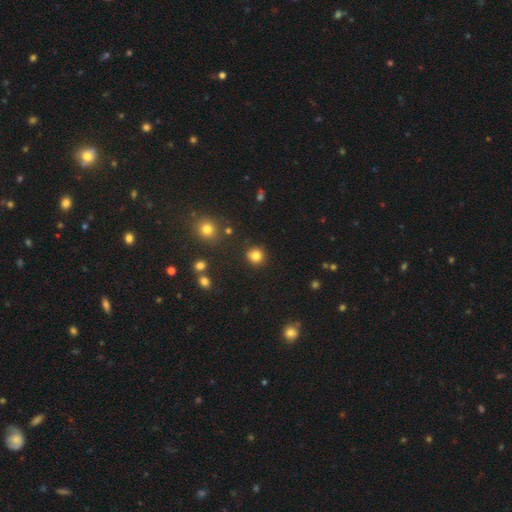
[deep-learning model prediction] Smooth or featured?
  - smooth: 83% *
  - star or artifact: 12%
  - featured or disk: 5%
How rounded?
  - round: 91% *
  - in between: 8%
  - cigar-shaped: 1%
Merging?
  - none: 88% *
  - minor disturbance: 7%
  - merger: 3%
  - major disturbance: 2%